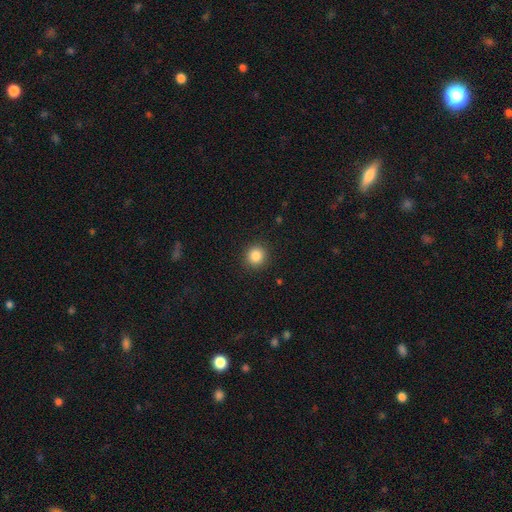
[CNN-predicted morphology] The model was most divided on "smooth or featured": smooth: 86%, star or artifact: 10%, featured or disk: 4%. More confident: how rounded — round (92%); merging — none (91%).